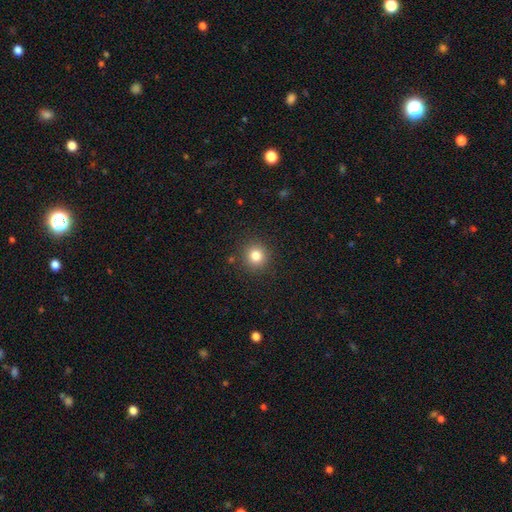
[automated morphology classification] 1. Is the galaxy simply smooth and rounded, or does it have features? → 81% smooth, 12% star or artifact, 6% featured or disk.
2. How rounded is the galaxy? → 92% round, 7% in between, 1% cigar-shaped.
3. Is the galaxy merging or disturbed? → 90% none, 7% minor disturbance, 2% major disturbance, 1% merger.